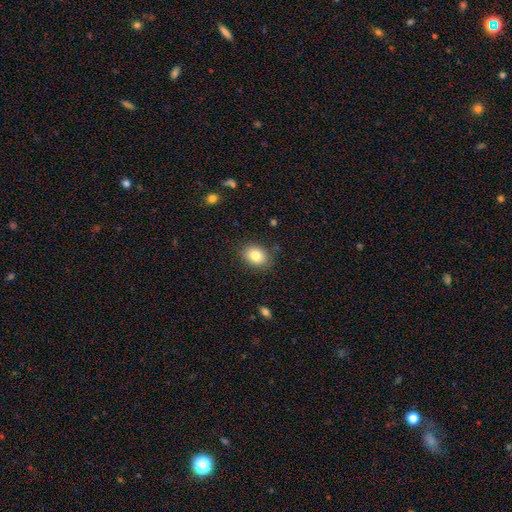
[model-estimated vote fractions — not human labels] Smooth or featured: smooth — 83% (star or artifact — 9%)
How rounded: in between — 63% (round — 36%)
Merging: none — 86% (minor disturbance — 11%)